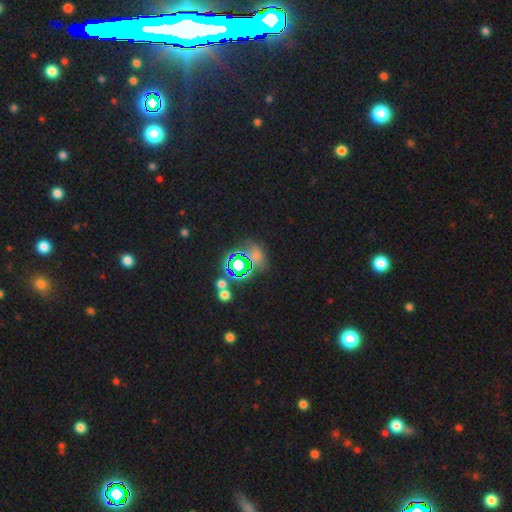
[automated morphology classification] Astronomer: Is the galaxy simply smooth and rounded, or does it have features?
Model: star or artifact — 66%.